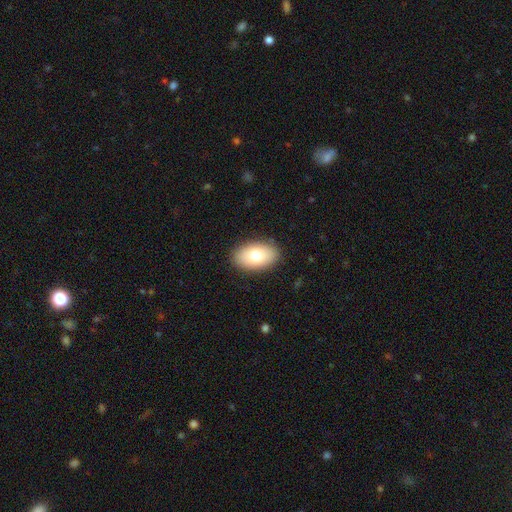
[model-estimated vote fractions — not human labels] A smooth galaxy with no disk features (76%) that is in between round and cigar-shaped (92%). Merging: none (88%).